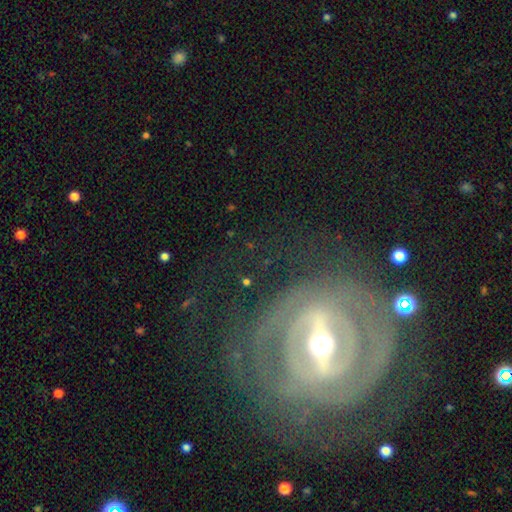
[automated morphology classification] The model was most divided on "spiral arm count": can't tell: 36%, 2: 26%, 3: 15%, 4: 10%, more than 4: 7%, 1: 7%. More confident: edge-on disk — no (88%); smooth or featured — featured or disk (87%); spiral arms — yes (82%); bar — strong (74%); spiral winding — tight (72%); merging — none (70%); bulge size — moderate (66%).